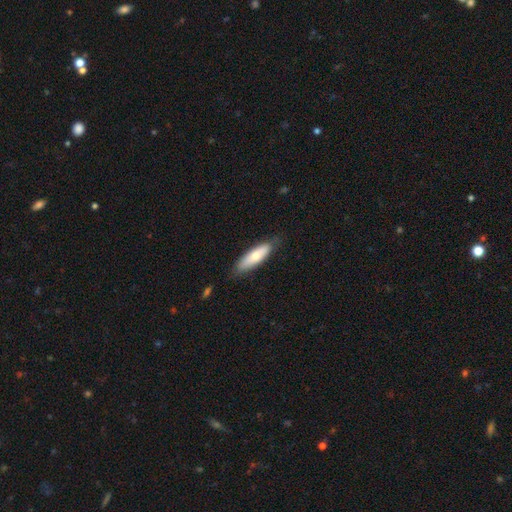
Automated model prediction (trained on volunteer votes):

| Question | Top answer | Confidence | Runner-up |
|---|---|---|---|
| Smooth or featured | smooth | 70% | featured or disk (25%) |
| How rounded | cigar-shaped | 52% | in between (46%) |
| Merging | none | 79% | minor disturbance (17%) |